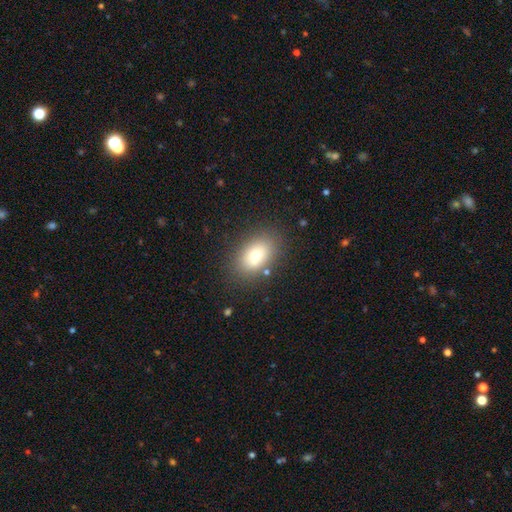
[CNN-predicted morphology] The model was most divided on "smooth or featured": smooth: 74%, featured or disk: 15%, star or artifact: 11%. More confident: how rounded — in between (82%); merging — none (79%).